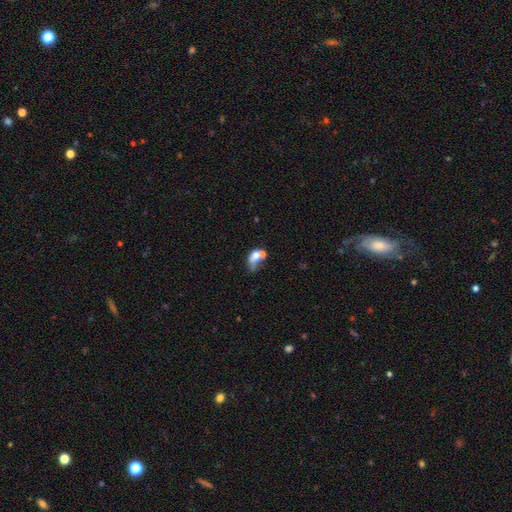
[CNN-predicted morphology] smooth_or_featured: smooth (p=0.61) [alt: featured or disk p=0.26]
how_rounded: in between (p=0.73) [alt: round p=0.24]
merging: merger (p=0.48) [alt: major disturbance p=0.19]